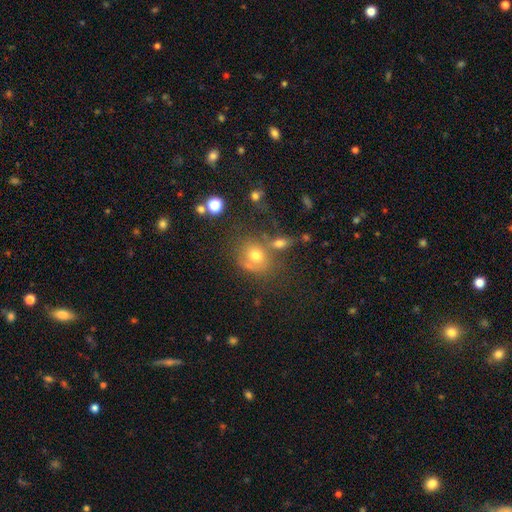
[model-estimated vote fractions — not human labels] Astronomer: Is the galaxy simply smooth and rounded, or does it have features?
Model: smooth — 65%.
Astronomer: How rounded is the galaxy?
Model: round — 62%.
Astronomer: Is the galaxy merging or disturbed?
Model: none — 48%.